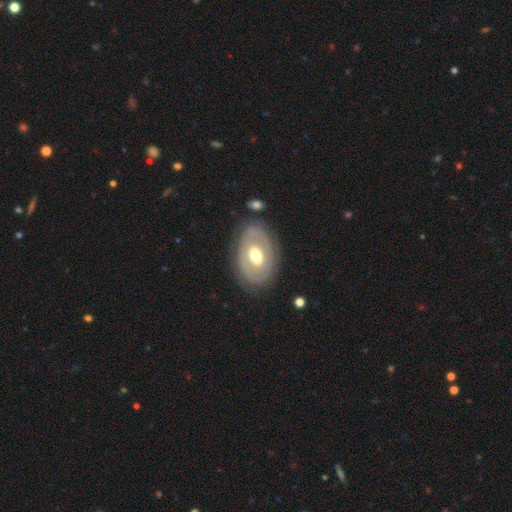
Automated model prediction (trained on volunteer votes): The model was most divided on "smooth or featured": featured or disk: 59%, smooth: 35%, star or artifact: 5%. More confident: edge-on disk — no (92%); merging — none (78%); spiral arms — no (76%); bar — no (67%); bulge size — moderate (67%).